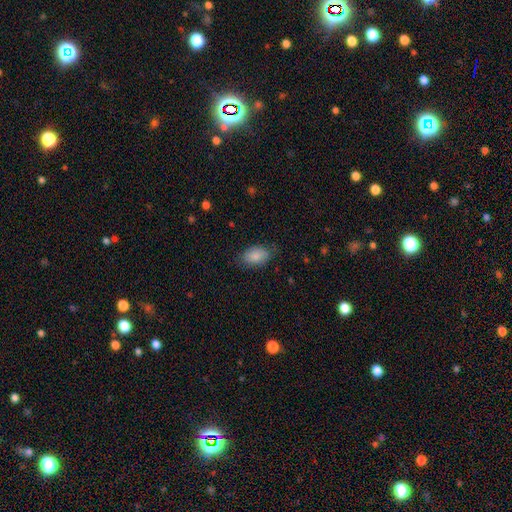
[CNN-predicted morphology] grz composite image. It shows a smooth galaxy with no disk features (85%) that is in between round and cigar-shaped (91%). Merging: none (75%).